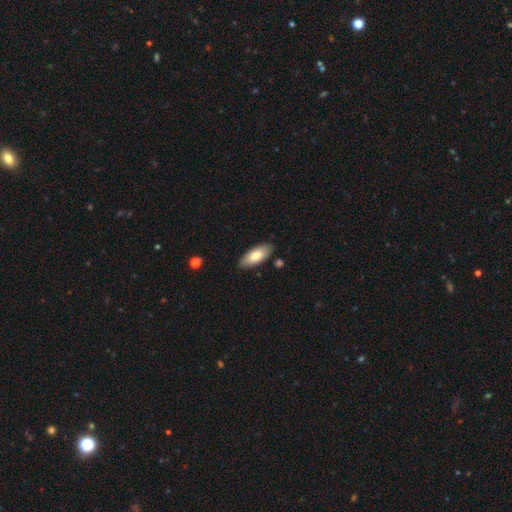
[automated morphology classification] smooth 77%, featured or disk 18%, star or artifact 6%. Down the decision tree: how rounded — in between (88%); merging — none (85%).